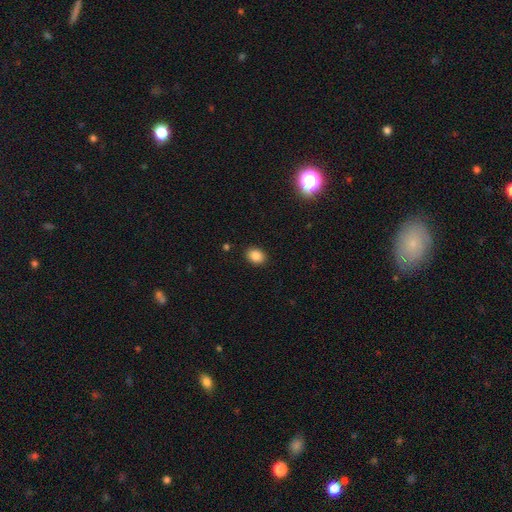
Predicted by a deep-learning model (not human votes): A smooth galaxy with no disk features (86%) that is in between round and cigar-shaped (66%).

Vote fractions:
- Smooth or featured? smooth: 86% / star or artifact: 9% / featured or disk: 4%
- How rounded? in between: 66% / round: 33% / cigar-shaped: 1%
- Merging? none: 89% / minor disturbance: 7% / major disturbance: 2% / merger: 1%